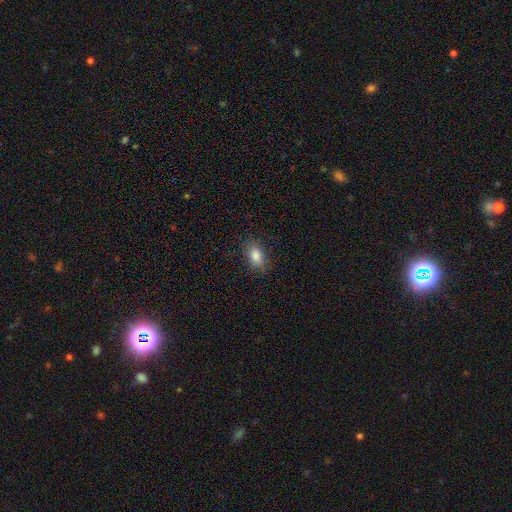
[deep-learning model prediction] Q: Smooth or featured?
A: smooth (85%); runner-up: star or artifact (8%)
Q: How rounded?
A: in between (87%); runner-up: round (9%)
Q: Merging?
A: none (84%); runner-up: minor disturbance (12%)